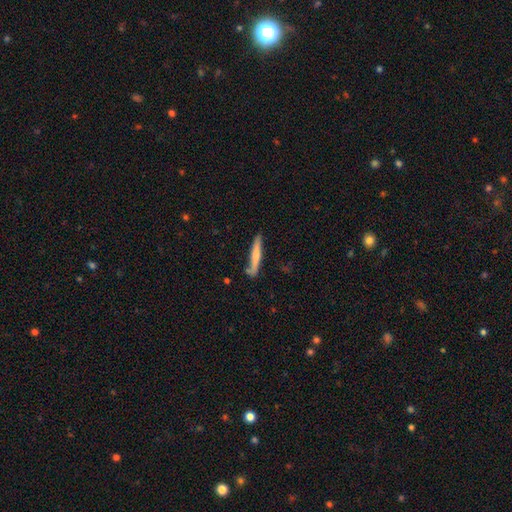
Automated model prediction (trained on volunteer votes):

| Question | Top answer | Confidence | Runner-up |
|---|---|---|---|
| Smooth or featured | smooth | 62% | featured or disk (33%) |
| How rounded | cigar-shaped | 93% | in between (6%) |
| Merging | none | 73% | minor disturbance (18%) |